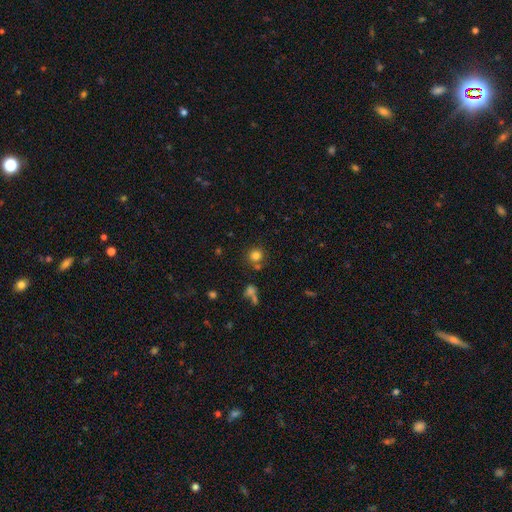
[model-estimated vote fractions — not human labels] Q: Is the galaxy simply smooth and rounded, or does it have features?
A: smooth — 80%.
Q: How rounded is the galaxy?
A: round — 90%.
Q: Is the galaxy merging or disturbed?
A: none — 74%.